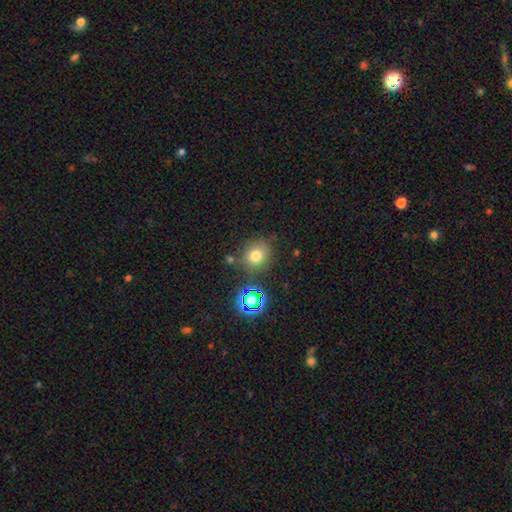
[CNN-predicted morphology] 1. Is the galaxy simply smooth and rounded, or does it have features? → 73% smooth, 18% star or artifact, 9% featured or disk.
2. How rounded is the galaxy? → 75% round, 24% in between, 1% cigar-shaped.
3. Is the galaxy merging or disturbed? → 76% none, 13% minor disturbance, 7% merger, 5% major disturbance.